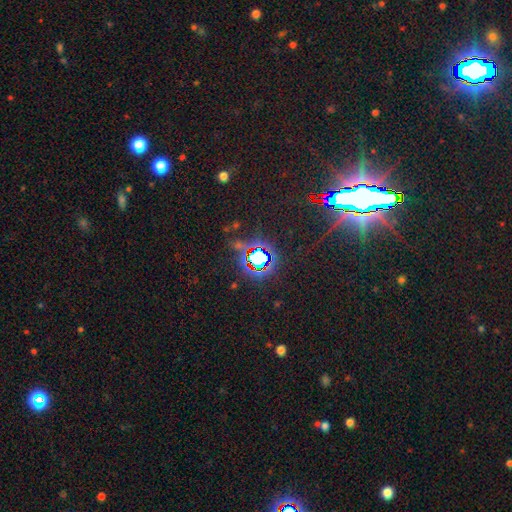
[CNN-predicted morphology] This appears to be a star or artifact, not a galaxy (84%).